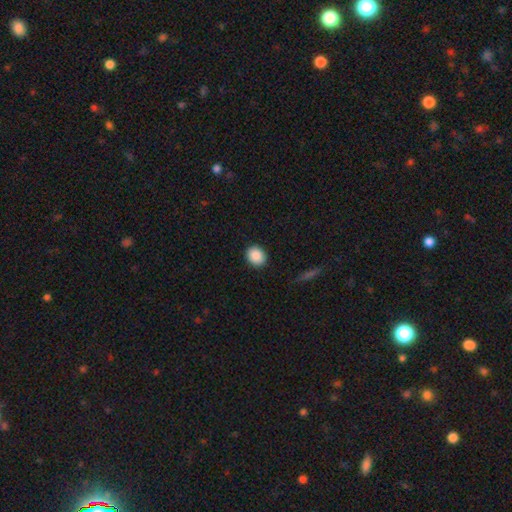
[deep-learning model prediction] smooth_or_featured: smooth (p=0.89) [alt: star or artifact p=0.08]
how_rounded: round (p=0.69) [alt: in between p=0.30]
merging: none (p=0.91) [alt: minor disturbance p=0.06]